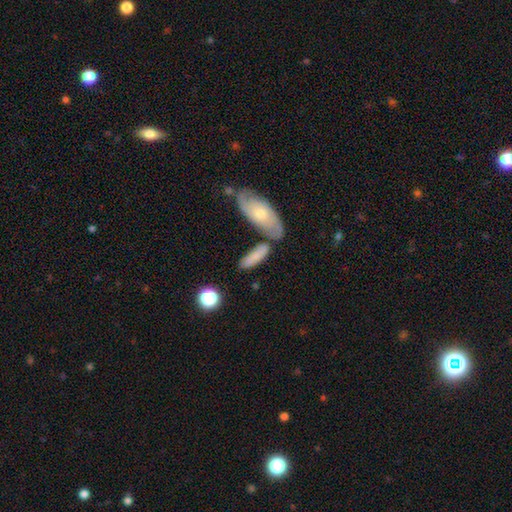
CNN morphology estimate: A smooth galaxy with no disk features (68%) that is in between round and cigar-shaped (59%).

Vote fractions:
- Smooth or featured? smooth: 68% / featured or disk: 24% / star or artifact: 7%
- How rounded? in between: 59% / cigar-shaped: 38% / round: 3%
- Merging? none: 57% / merger: 21% / minor disturbance: 17% / major disturbance: 5%